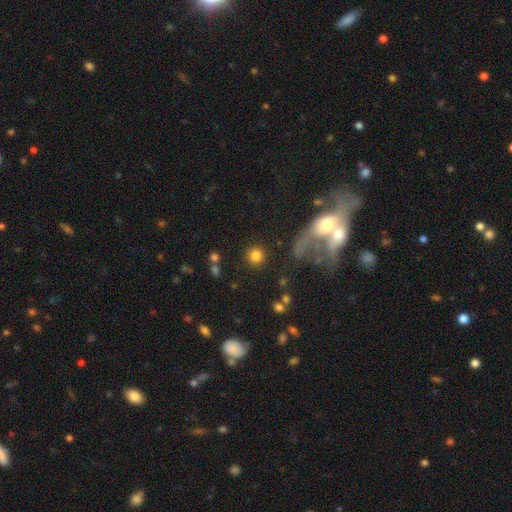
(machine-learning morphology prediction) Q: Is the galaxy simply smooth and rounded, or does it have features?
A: smooth — 81%.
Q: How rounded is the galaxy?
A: round — 94%.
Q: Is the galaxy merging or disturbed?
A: none — 86%.